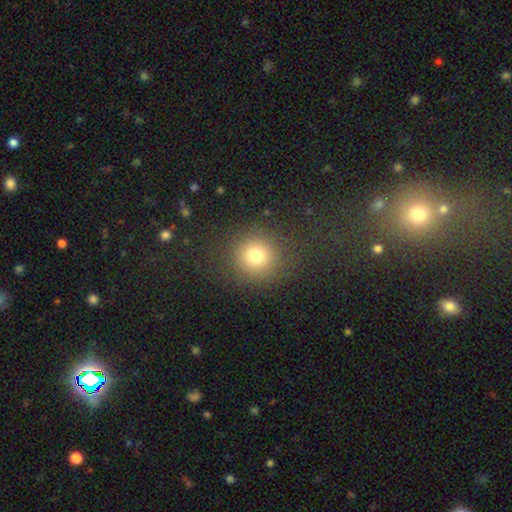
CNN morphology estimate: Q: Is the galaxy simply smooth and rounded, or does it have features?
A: smooth — 75%.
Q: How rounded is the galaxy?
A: round — 92%.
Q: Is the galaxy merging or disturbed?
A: none — 87%.